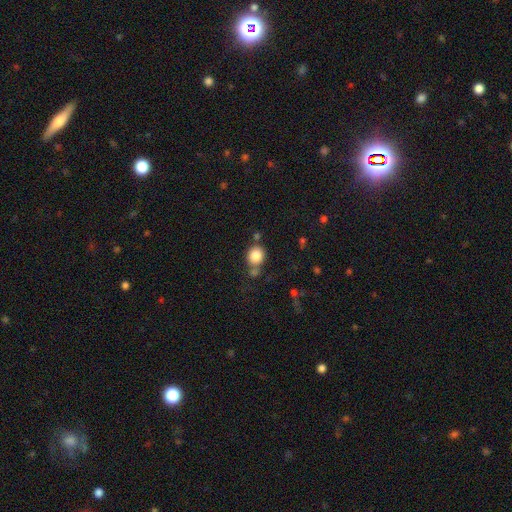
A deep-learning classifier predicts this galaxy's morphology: Smooth or featured? smooth (84%)
How rounded? round (76%)
Merging? none (62%)